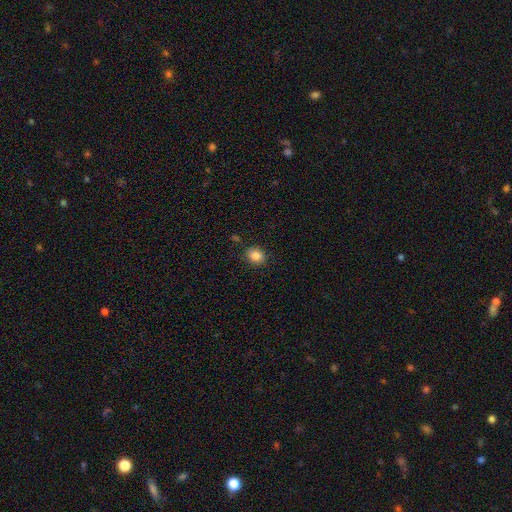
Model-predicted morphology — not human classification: smooth 85%, star or artifact 10%, featured or disk 5%. Down the decision tree: how rounded — round (61%); merging — none (86%).